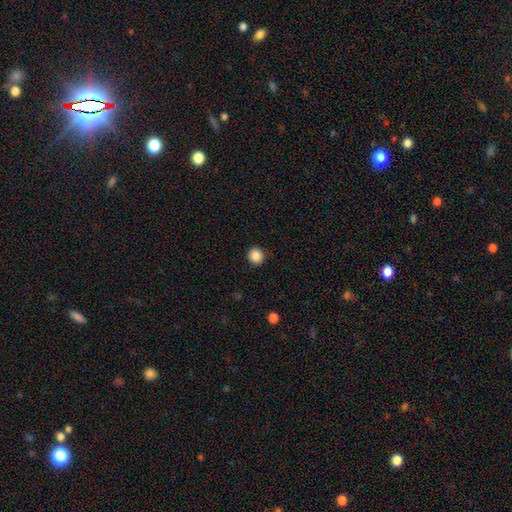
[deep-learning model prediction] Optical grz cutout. It shows a smooth galaxy with no disk features (87%) that is round (89%). Merging: none (90%).